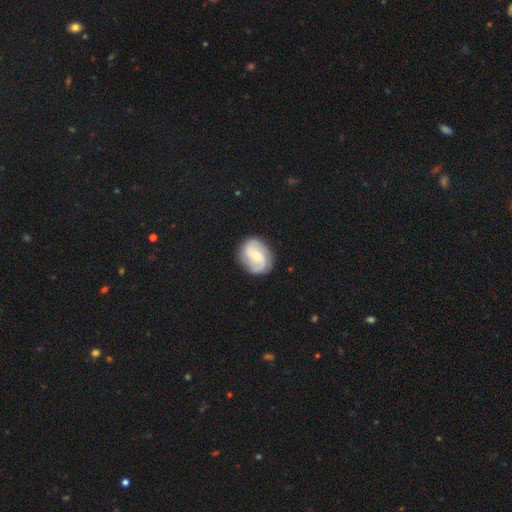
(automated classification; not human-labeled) Smooth or featured: featured or disk — 67% (smooth — 27%)
Edge-on disk: no — 98% (yes — 2%)
Bar: no — 52% (weak — 38%)
Spiral arms: yes — 92% (no — 8%)
Spiral winding: medium — 42% (tight — 31%)
Spiral arm count: 2 — 67% (can't tell — 13%)
Bulge size: small — 58% (moderate — 37%)
Merging: none — 81% (minor disturbance — 13%)